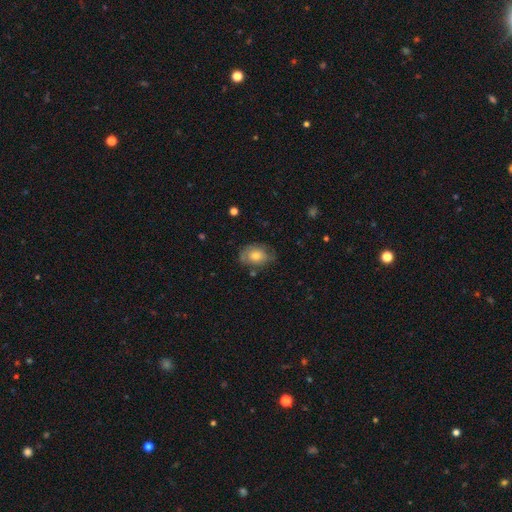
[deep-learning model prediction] This is likely a smooth galaxy (62%). How rounded: likely in between (71%). Merging: likely none (66%).